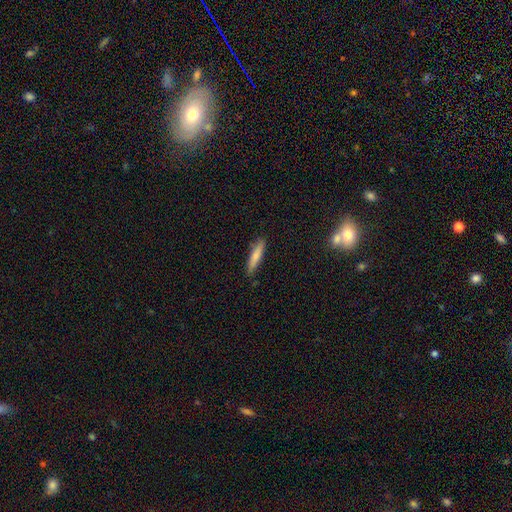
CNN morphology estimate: A smooth galaxy with no disk features (78%) that is cigar-shaped (85%).

Vote fractions:
- Smooth or featured? smooth: 78% / featured or disk: 16% / star or artifact: 6%
- How rounded? cigar-shaped: 85% / in between: 14% / round: 1%
- Merging? none: 85% / minor disturbance: 12% / major disturbance: 2% / merger: 1%